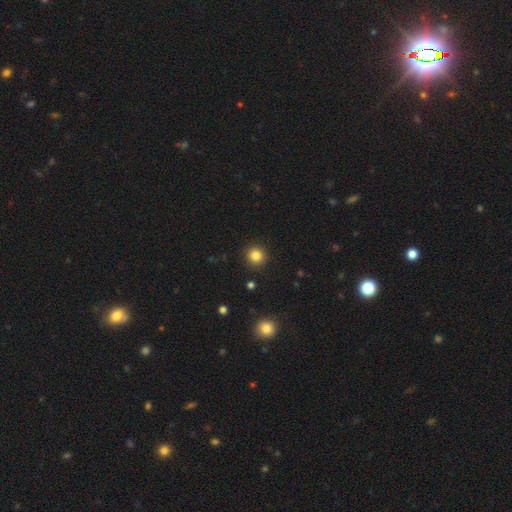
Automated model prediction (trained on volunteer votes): Overall: smooth (83%). How rounded: round (94%). Merging: none (92%).